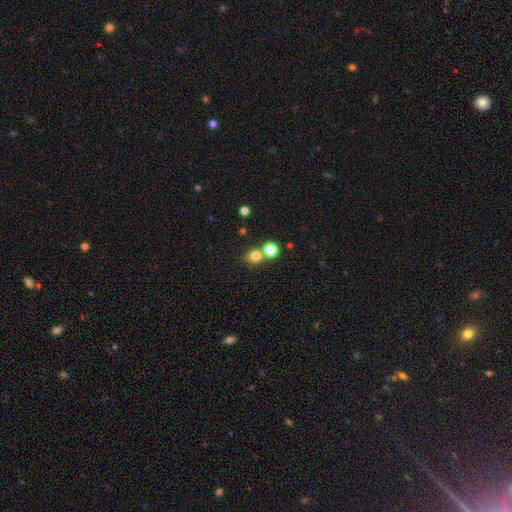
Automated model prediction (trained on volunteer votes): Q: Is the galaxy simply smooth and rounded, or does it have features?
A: smooth — 78%.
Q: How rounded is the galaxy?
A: round — 83%.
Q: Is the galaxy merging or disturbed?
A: none — 57%.